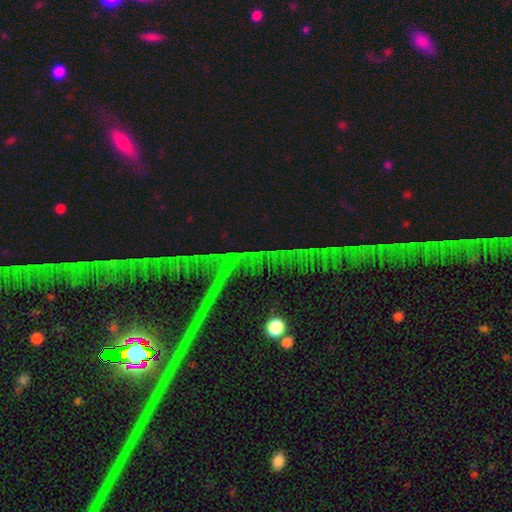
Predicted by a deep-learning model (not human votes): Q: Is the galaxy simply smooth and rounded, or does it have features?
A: star or artifact — 75%.